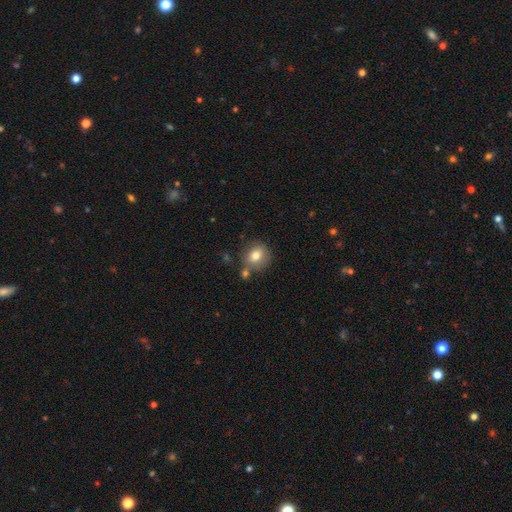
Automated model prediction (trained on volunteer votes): Smooth or featured? smooth (78%)
How rounded? round (81%)
Merging? none (71%)